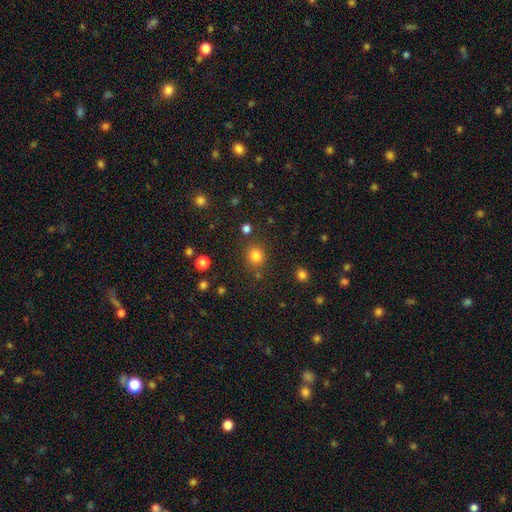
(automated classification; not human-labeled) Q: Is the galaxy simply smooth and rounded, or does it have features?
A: smooth — 82%.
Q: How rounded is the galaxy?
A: round — 85%.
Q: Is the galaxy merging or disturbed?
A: none — 82%.